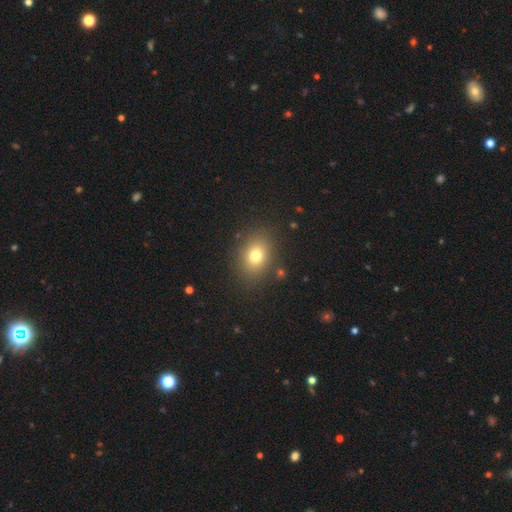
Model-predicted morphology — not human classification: Overall: smooth (76%). How rounded: in between (60%; round 39%). Merging: none (85%).